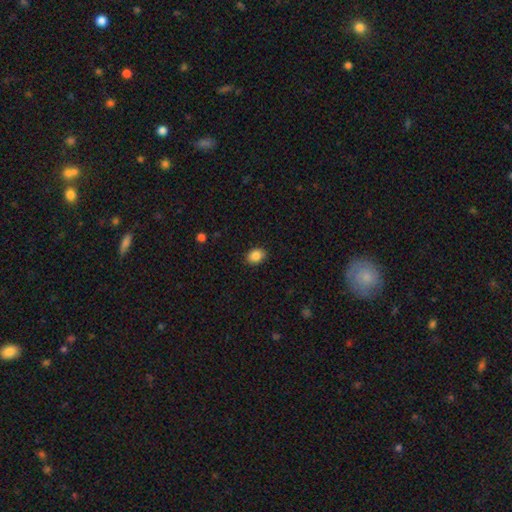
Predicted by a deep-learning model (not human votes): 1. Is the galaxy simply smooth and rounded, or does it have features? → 87% smooth, 9% star or artifact, 4% featured or disk.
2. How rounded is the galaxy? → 63% in between, 36% round, 1% cigar-shaped.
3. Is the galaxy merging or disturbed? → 88% none, 9% minor disturbance, 2% major disturbance, 1% merger.